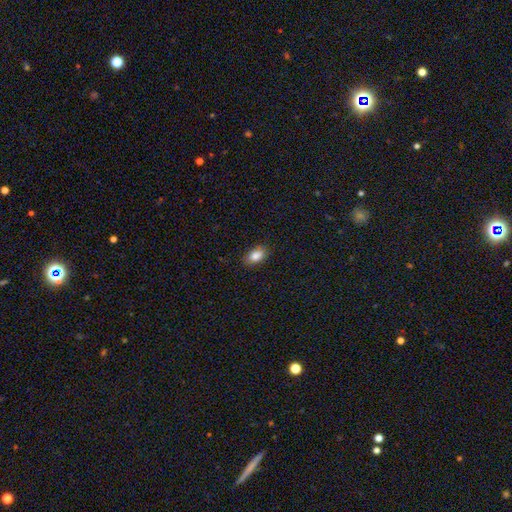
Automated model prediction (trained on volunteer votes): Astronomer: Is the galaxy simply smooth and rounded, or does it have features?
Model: smooth — 87%.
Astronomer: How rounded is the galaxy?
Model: in between — 89%.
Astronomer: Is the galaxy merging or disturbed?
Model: none — 87%.